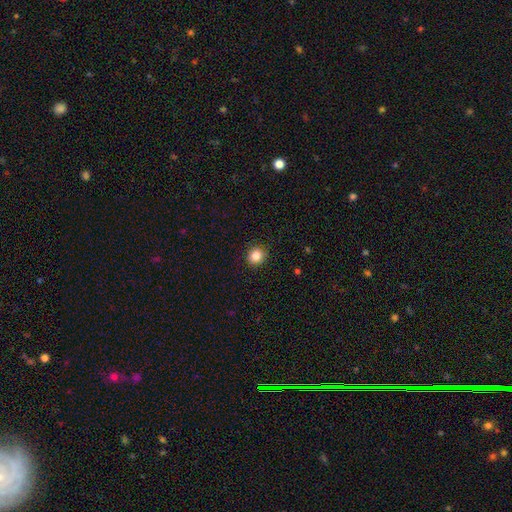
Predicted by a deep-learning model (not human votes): A smooth galaxy with no disk features (85%) that is round (85%).

Vote fractions:
- Smooth or featured? smooth: 85% / star or artifact: 11% / featured or disk: 5%
- How rounded? round: 85% / in between: 14% / cigar-shaped: 1%
- Merging? none: 90% / minor disturbance: 8% / major disturbance: 2% / merger: 1%